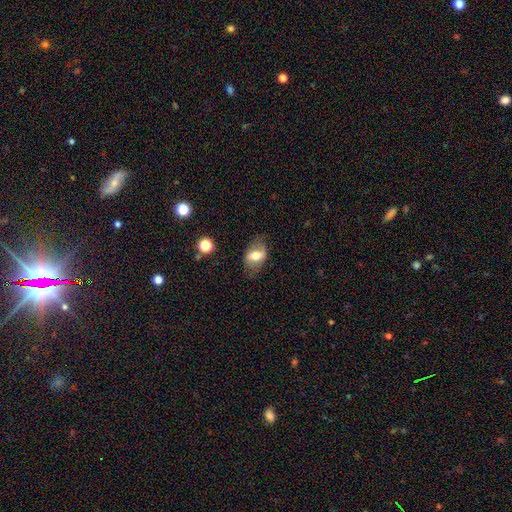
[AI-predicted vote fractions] This is possibly a smooth galaxy (56%). How rounded: clearly in between (82%). Merging: likely none (70%).